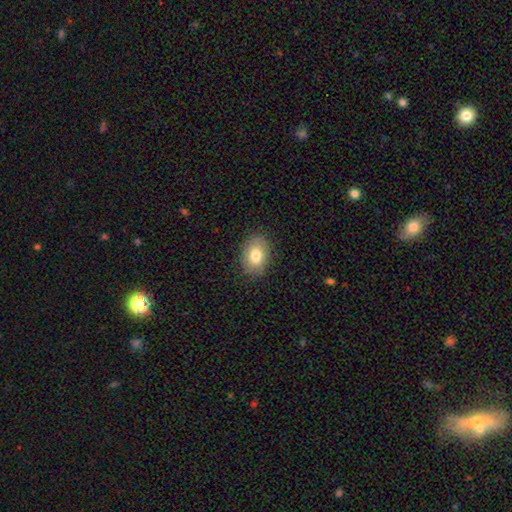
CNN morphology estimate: Q: Smooth or featured?
A: smooth (78%); runner-up: featured or disk (14%)
Q: How rounded?
A: in between (77%); runner-up: round (22%)
Q: Merging?
A: none (84%); runner-up: minor disturbance (12%)